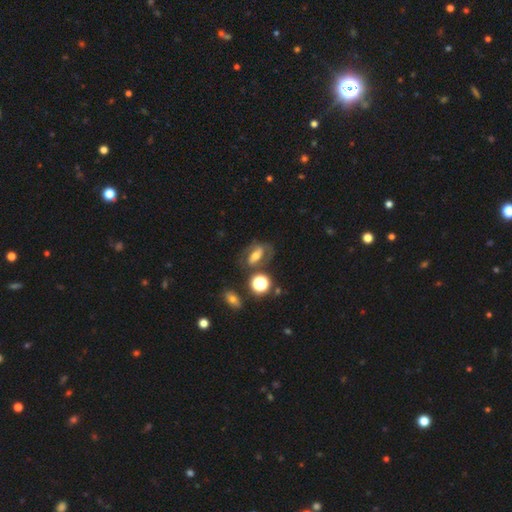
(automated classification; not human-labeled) Morphology: type=featured or disk (47%); merging=none (60%).